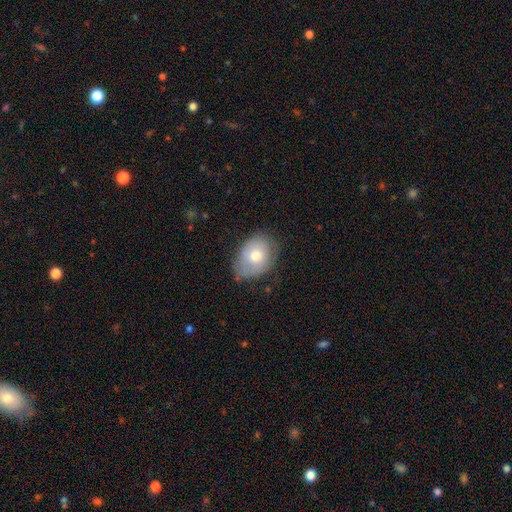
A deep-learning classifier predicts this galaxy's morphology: Smooth or featured: smooth — 65% (featured or disk — 28%)
How rounded: in between — 74% (round — 25%)
Merging: none — 62% (minor disturbance — 30%)